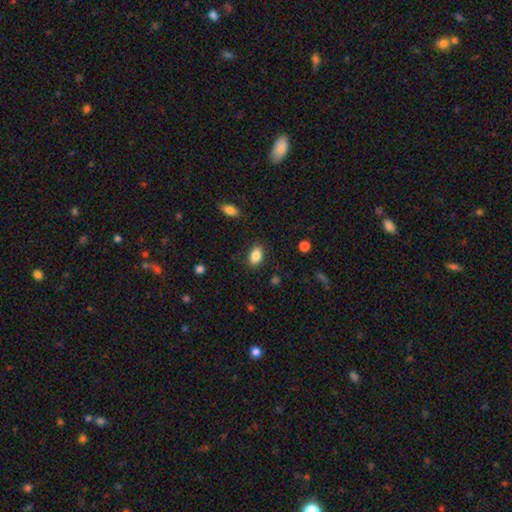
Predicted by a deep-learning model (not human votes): smooth 85%, star or artifact 8%, featured or disk 7%. Down the decision tree: how rounded — in between (90%); merging — none (86%).